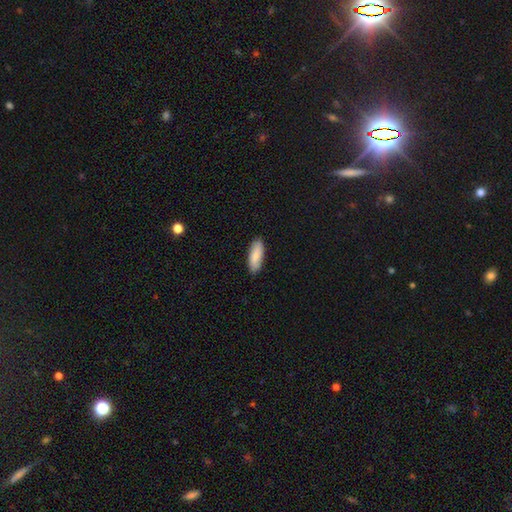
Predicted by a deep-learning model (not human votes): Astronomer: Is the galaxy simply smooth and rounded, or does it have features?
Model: smooth — 84%.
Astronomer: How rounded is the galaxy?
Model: in between — 67%.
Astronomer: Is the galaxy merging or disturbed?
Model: none — 89%.